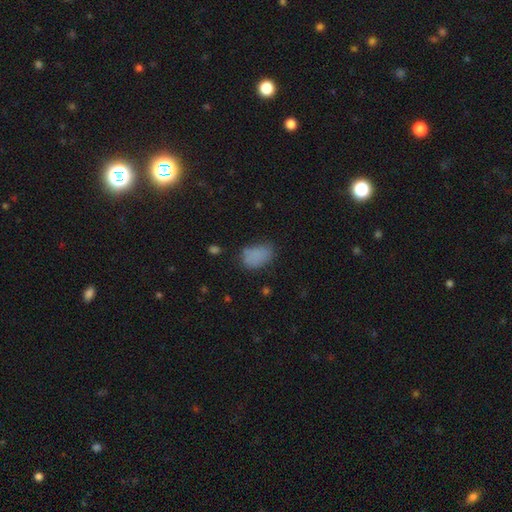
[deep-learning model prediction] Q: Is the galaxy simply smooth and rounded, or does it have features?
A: smooth — 79%.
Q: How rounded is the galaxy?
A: in between — 87%.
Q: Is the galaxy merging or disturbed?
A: none — 59%.